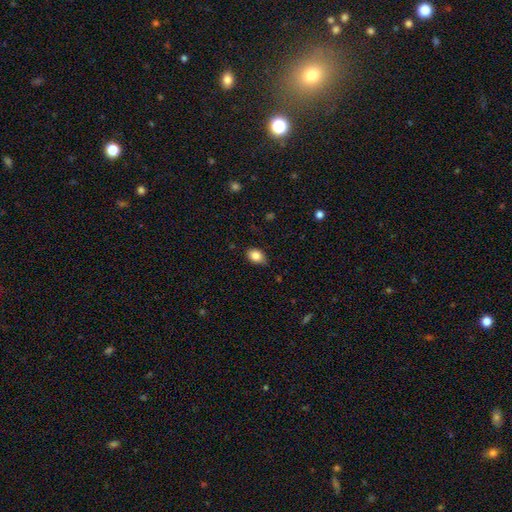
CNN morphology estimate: This appears to be a smooth galaxy with no disk features (84%) that is in between round and cigar-shaped (74%). Merging: none (81%).